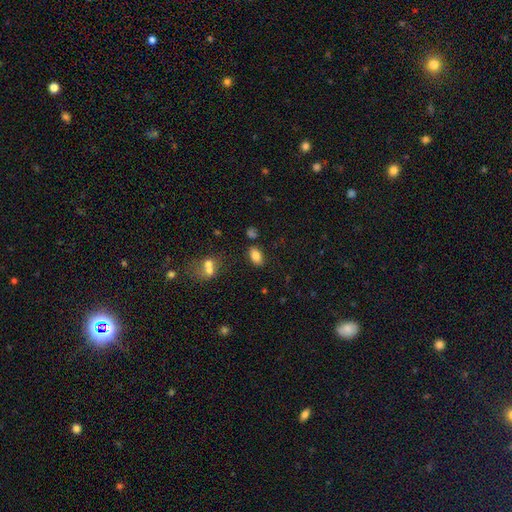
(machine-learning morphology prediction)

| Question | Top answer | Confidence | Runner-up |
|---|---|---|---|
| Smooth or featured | smooth | 81% | star or artifact (10%) |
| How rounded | in between | 90% | round (7%) |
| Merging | none | 79% | minor disturbance (12%) |